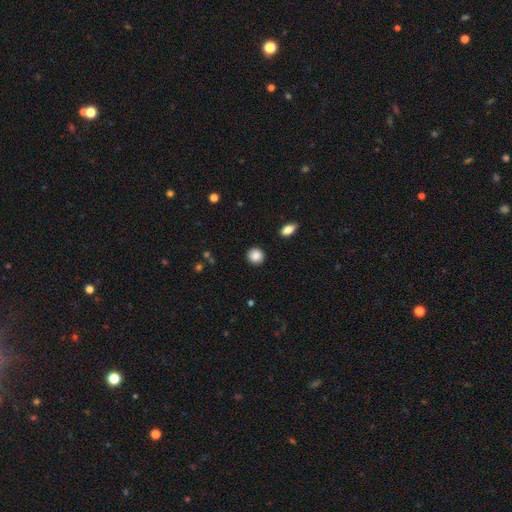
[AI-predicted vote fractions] Smooth or featured? smooth (88%)
How rounded? round (90%)
Merging? none (91%)